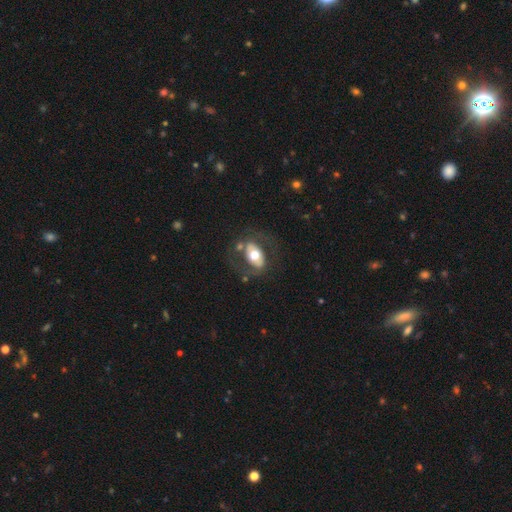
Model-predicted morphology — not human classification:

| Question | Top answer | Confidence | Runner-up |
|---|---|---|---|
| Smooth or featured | featured or disk | 55% | smooth (37%) |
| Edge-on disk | no | 89% | yes (11%) |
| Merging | none | 65% | minor disturbance (16%) |